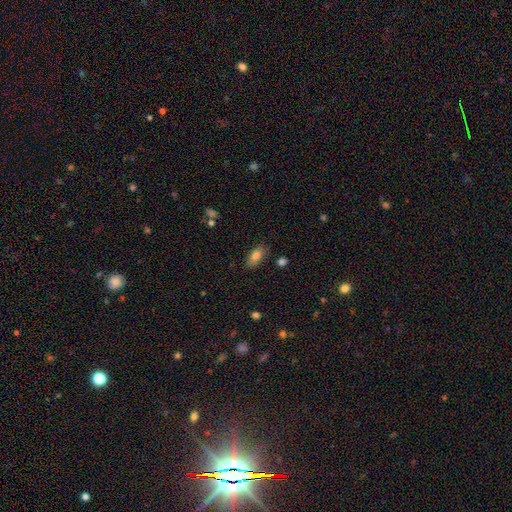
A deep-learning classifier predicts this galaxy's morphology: A smooth galaxy with no disk features (81%) that is in between round and cigar-shaped (87%).

Vote fractions:
- Smooth or featured? smooth: 81% / featured or disk: 11% / star or artifact: 8%
- How rounded? in between: 87% / cigar-shaped: 8% / round: 4%
- Merging? none: 81% / minor disturbance: 13% / major disturbance: 3% / merger: 2%